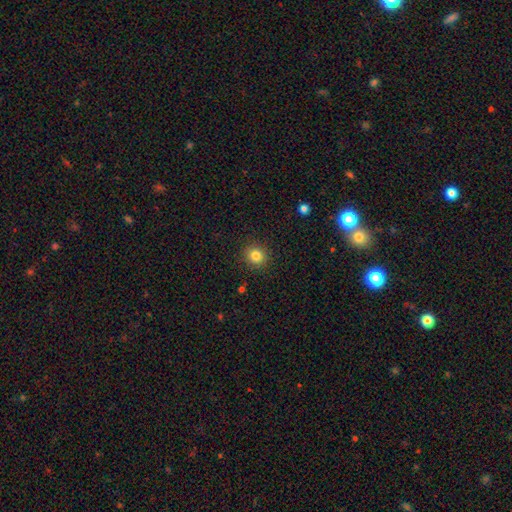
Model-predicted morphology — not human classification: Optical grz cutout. It shows a smooth galaxy with no disk features (83%) that is round (88%). Merging: none (91%).